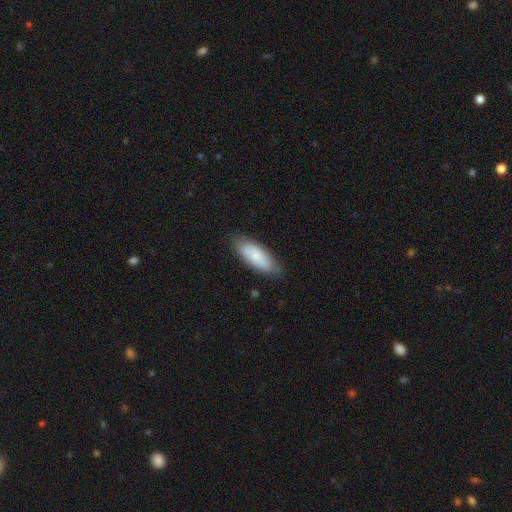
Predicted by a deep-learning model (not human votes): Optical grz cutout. It shows a smooth galaxy with no disk features (76%) that is in between round and cigar-shaped (72%). Merging: none (82%).